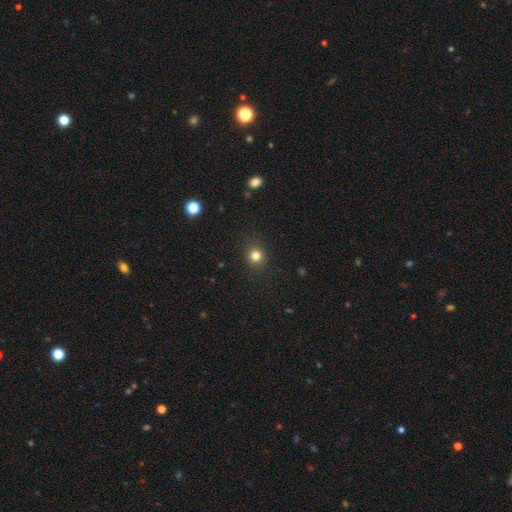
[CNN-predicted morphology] Overall: smooth (81%). How rounded: round (87%). Merging: none (90%).